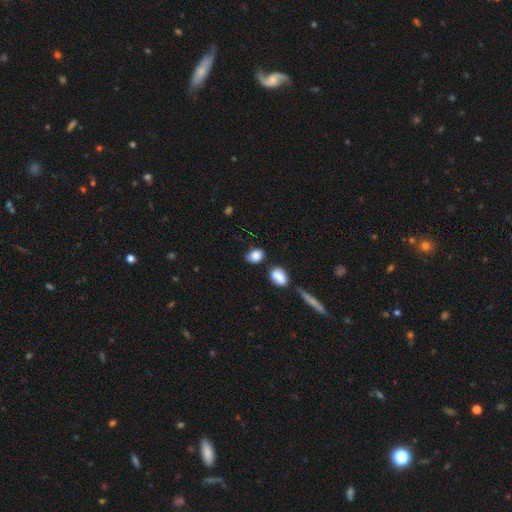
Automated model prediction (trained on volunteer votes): smooth 85%, star or artifact 9%, featured or disk 6%. Down the decision tree: how rounded — in between (62%); merging — none (55%).